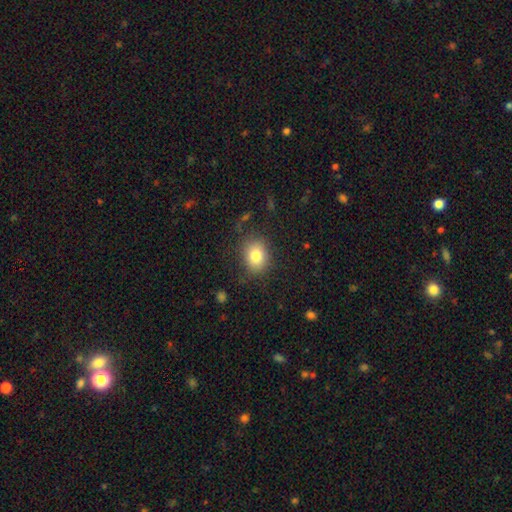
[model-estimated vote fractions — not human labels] Q: Smooth or featured?
A: smooth (80%); runner-up: star or artifact (10%)
Q: How rounded?
A: round (50%); runner-up: in between (49%)
Q: Merging?
A: none (81%); runner-up: minor disturbance (13%)